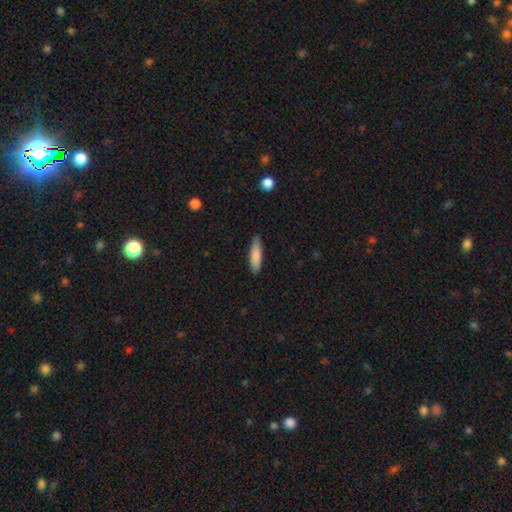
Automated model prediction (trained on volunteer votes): Smooth or featured? smooth (85%)
How rounded? cigar-shaped (68%)
Merging? none (84%)